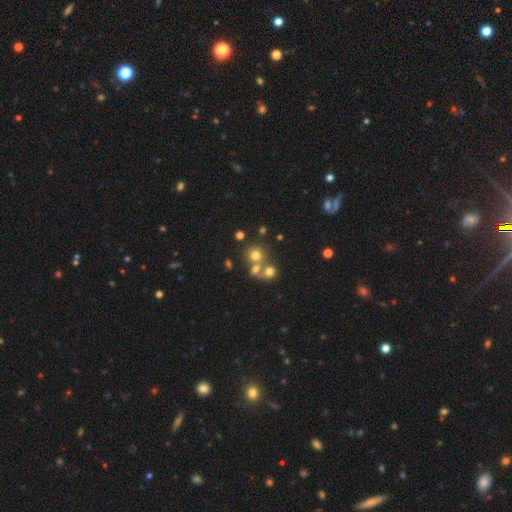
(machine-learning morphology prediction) Q: Smooth or featured?
A: smooth (67%); runner-up: featured or disk (17%)
Q: How rounded?
A: round (80%); runner-up: in between (19%)
Q: Merging?
A: merger (44%); runner-up: none (43%)